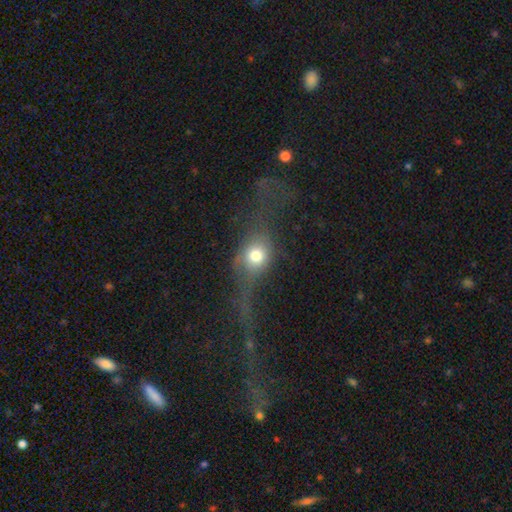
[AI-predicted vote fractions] A smooth galaxy with no disk features (61%) that is round (52%). Merging: major disturbance (42%).